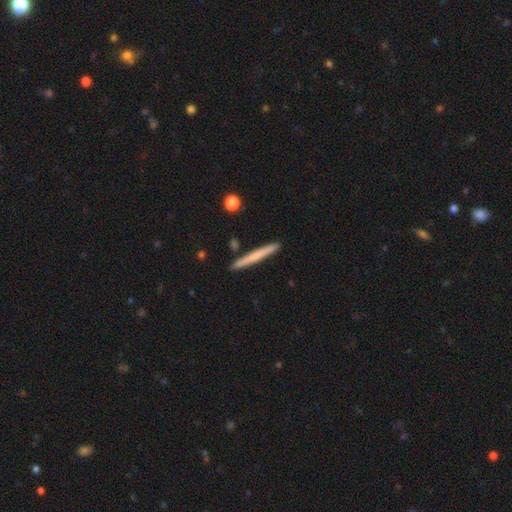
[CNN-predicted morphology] Q: Smooth or featured?
A: smooth (61%); runner-up: featured or disk (34%)
Q: How rounded?
A: cigar-shaped (97%); runner-up: in between (2%)
Q: Merging?
A: none (89%); runner-up: minor disturbance (7%)